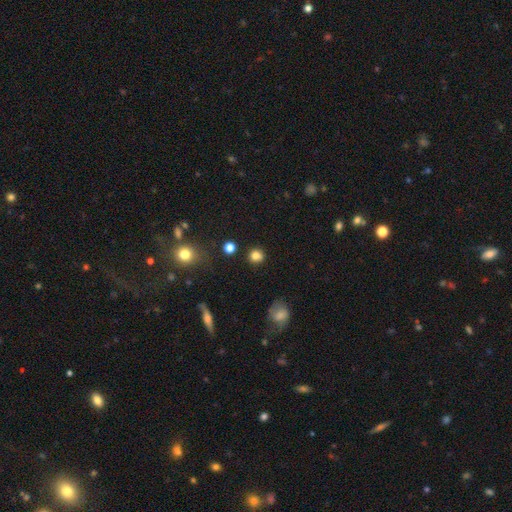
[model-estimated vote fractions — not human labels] This is clearly a smooth galaxy (82%). How rounded: clearly round (89%). Merging: clearly none (88%).